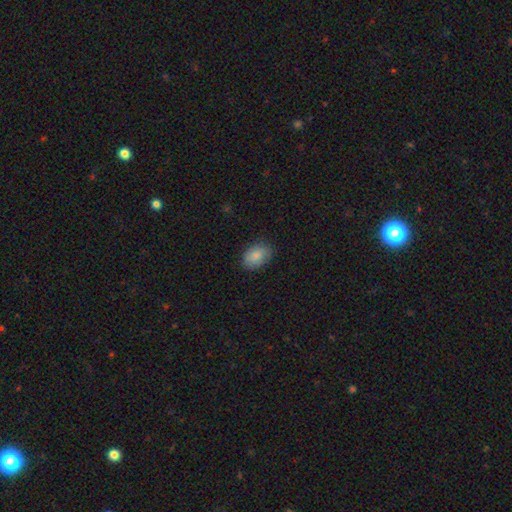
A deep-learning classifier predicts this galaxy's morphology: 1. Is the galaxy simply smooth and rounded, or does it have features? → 86% smooth, 7% featured or disk, 7% star or artifact.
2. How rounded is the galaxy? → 84% in between, 15% round, 1% cigar-shaped.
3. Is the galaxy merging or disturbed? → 84% none, 12% minor disturbance, 3% major disturbance, 1% merger.